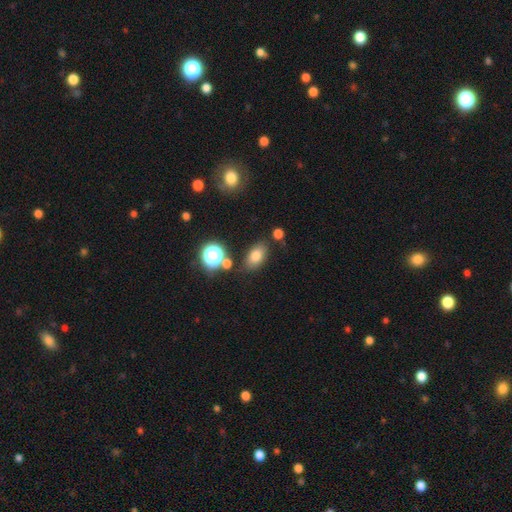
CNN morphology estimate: This appears to be a smooth galaxy with no disk features (76%) that is in between round and cigar-shaped (83%). Merging: none (77%).